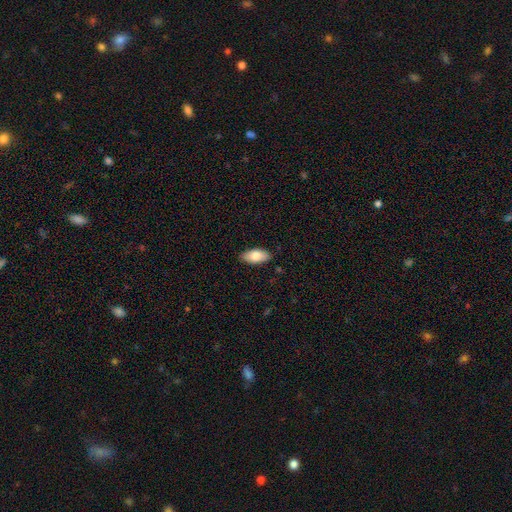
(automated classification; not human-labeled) Smooth or featured?
  - smooth: 79% *
  - featured or disk: 15%
  - star or artifact: 6%
How rounded?
  - in between: 92% *
  - cigar-shaped: 6%
  - round: 2%
Merging?
  - none: 88% *
  - minor disturbance: 9%
  - major disturbance: 2%
  - merger: 1%